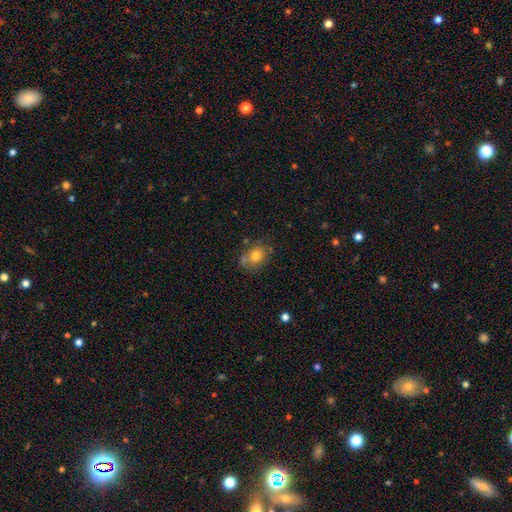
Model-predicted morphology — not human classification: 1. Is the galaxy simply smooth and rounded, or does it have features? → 73% smooth, 16% featured or disk, 11% star or artifact.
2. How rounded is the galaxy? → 49% round (tied), 49% in between (tied), 1% cigar-shaped.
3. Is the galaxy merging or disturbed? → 63% none, 18% minor disturbance, 13% merger, 5% major disturbance.